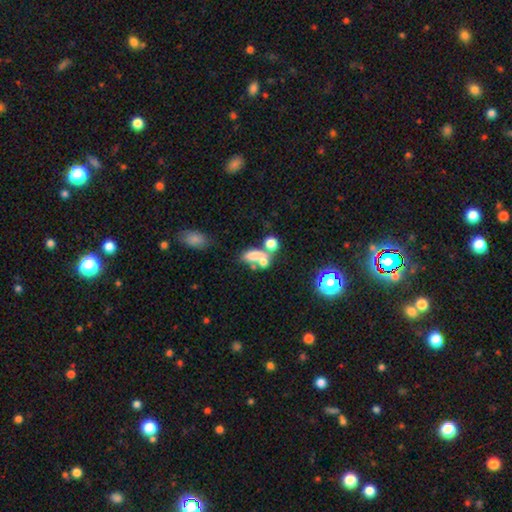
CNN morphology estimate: type=smooth (66%); roundness=in between (67%); merging=merger (51%).